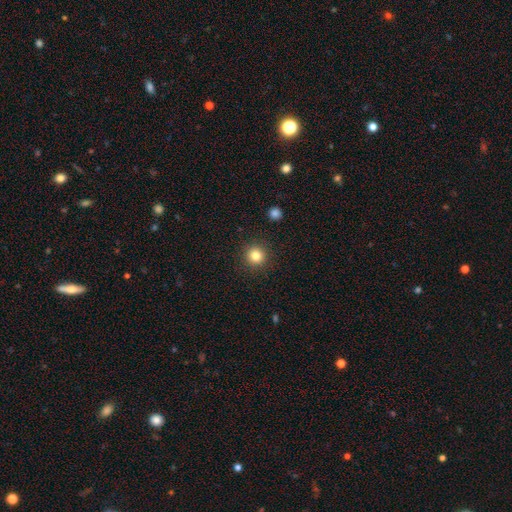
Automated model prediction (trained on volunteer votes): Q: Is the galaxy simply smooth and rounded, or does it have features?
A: smooth — 83%.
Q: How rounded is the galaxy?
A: round — 94%.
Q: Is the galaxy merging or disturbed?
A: none — 91%.